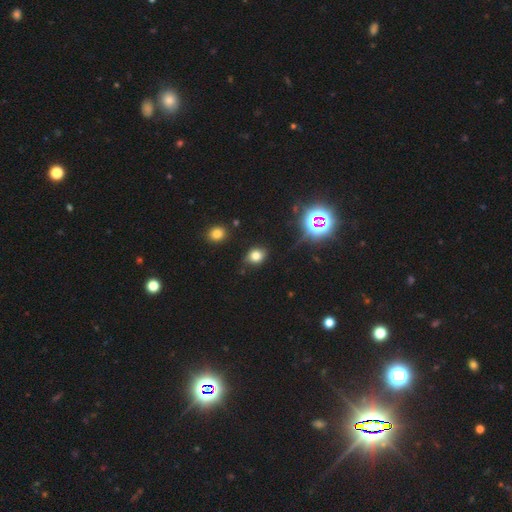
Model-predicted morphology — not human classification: The model was most divided on "how rounded": in between: 52%, round: 47%, cigar-shaped: 1%. More confident: merging — none (80%); smooth or featured — smooth (73%).